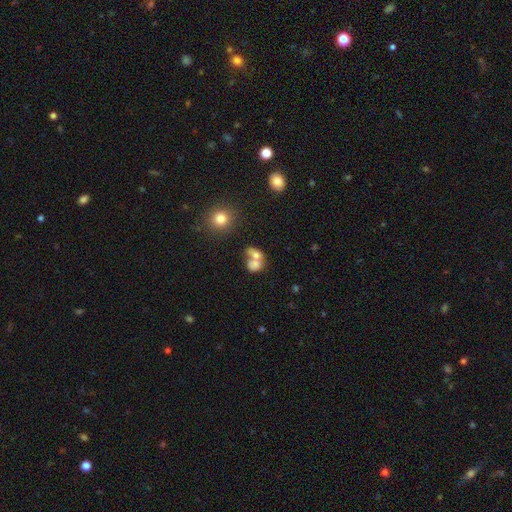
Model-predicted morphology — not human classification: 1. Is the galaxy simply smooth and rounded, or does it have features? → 67% smooth, 20% featured or disk, 12% star or artifact.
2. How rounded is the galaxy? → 52% in between, 45% round, 2% cigar-shaped.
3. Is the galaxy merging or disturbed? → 64% merger, 22% none, 8% minor disturbance, 7% major disturbance.